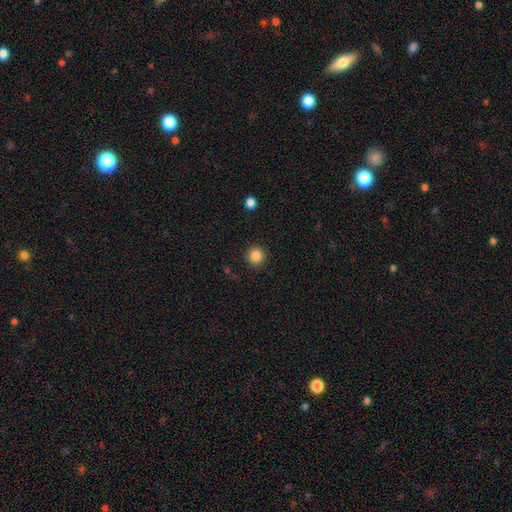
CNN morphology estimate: smooth_or_featured: smooth (p=0.86) [alt: star or artifact p=0.11]
how_rounded: round (p=0.94) [alt: in between p=0.05]
merging: none (p=0.91) [alt: minor disturbance p=0.06]